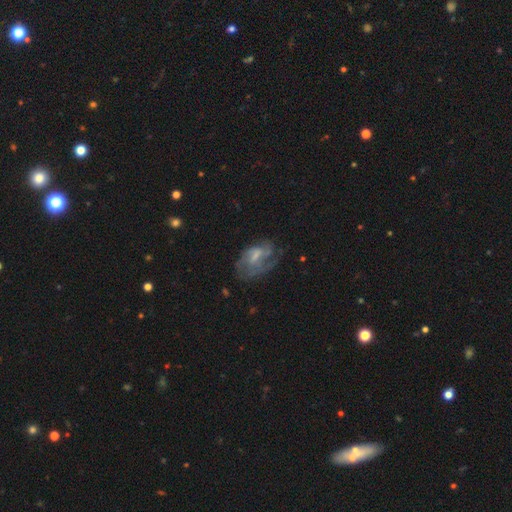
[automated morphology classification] The model was most divided on "bulge size": none: 32%, small: 31%, moderate: 30%, large: 6%, dominant: 1%. Remaining: edge-on disk — no (96%); spiral arms — yes (79%); smooth or featured — featured or disk (67%); bar — weak (50%); merging — none (44%); spiral winding — medium (43%); spiral arm count — can't tell (35%).